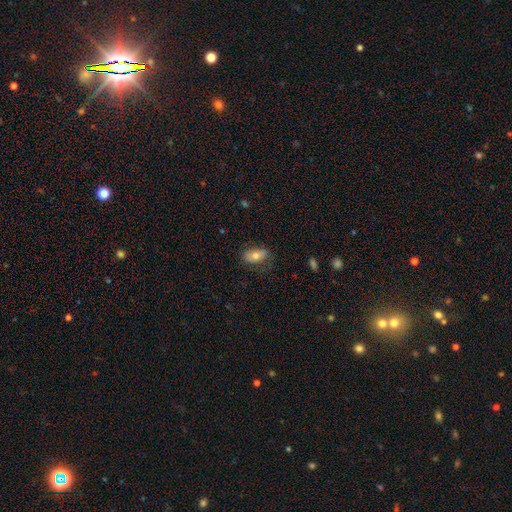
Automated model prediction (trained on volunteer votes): Morphology: type=smooth (71%); roundness=in between (89%); merging=none (72%).